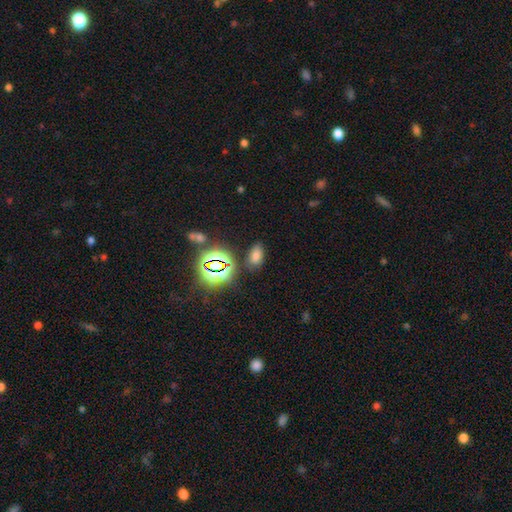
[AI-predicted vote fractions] Smooth or featured: smooth — 65% (star or artifact — 28%)
How rounded: in between — 89% (round — 8%)
Merging: none — 80% (minor disturbance — 12%)